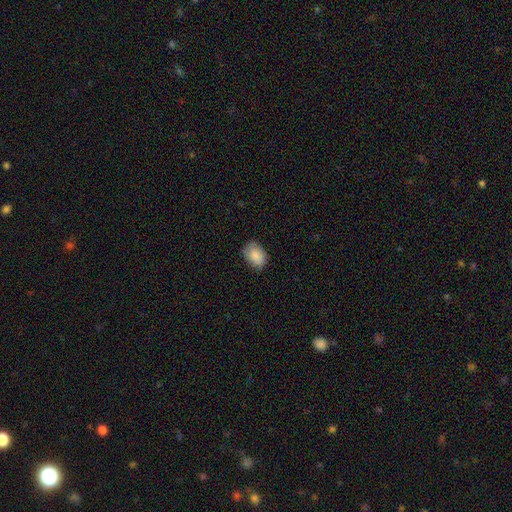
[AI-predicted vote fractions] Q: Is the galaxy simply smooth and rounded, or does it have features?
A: smooth — 87%.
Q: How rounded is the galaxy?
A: in between — 75%.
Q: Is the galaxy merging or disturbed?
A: none — 76%.